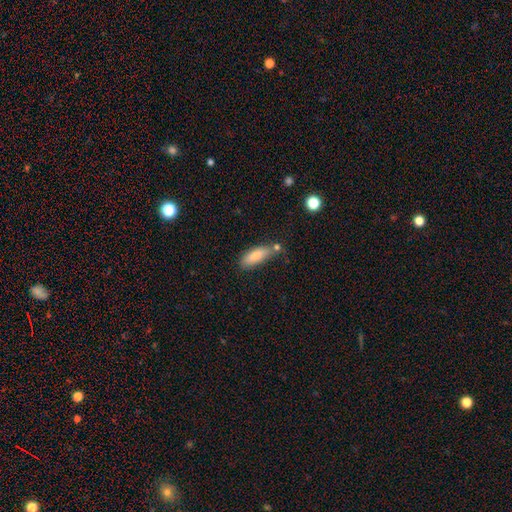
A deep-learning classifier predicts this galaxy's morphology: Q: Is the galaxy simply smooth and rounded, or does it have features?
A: smooth — 81%.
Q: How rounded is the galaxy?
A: in between — 66%.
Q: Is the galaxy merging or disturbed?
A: none — 63%.